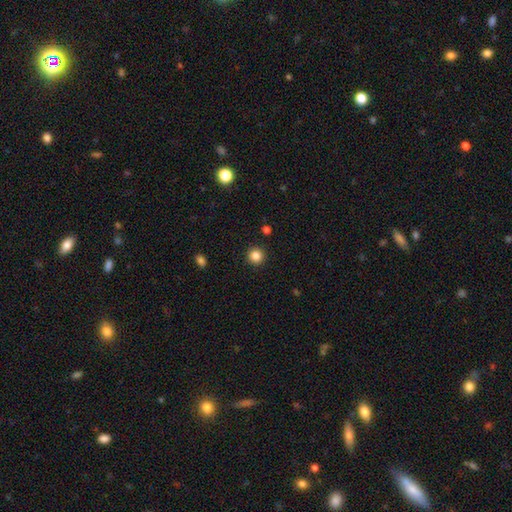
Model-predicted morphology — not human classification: Smooth or featured? smooth (84%)
How rounded? round (95%)
Merging? none (93%)